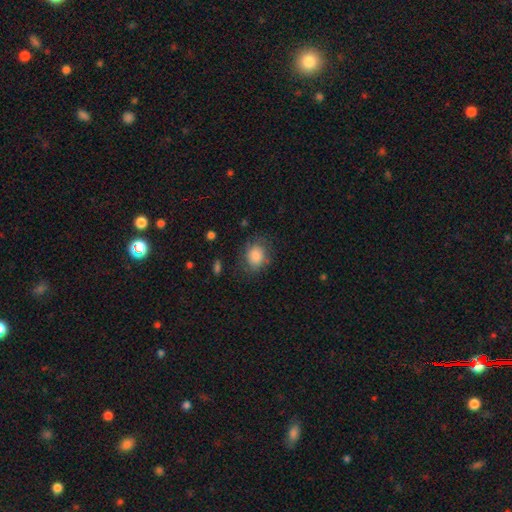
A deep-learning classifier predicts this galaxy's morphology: Overall: smooth (82%). How rounded: round (60%; in between 39%). Merging: none (72%).